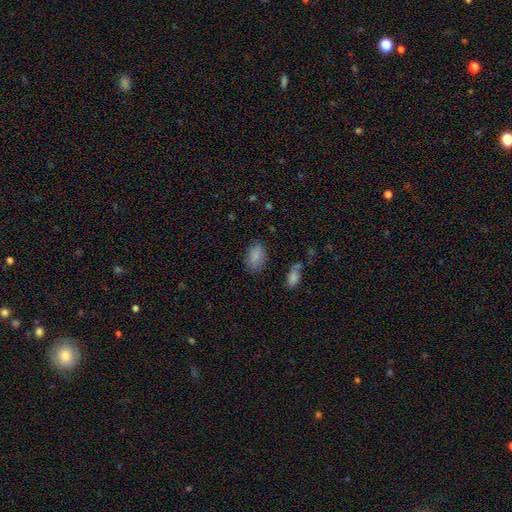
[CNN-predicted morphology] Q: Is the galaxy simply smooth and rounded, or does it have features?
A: smooth — 85%.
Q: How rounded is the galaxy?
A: in between — 91%.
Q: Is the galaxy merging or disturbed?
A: none — 80%.